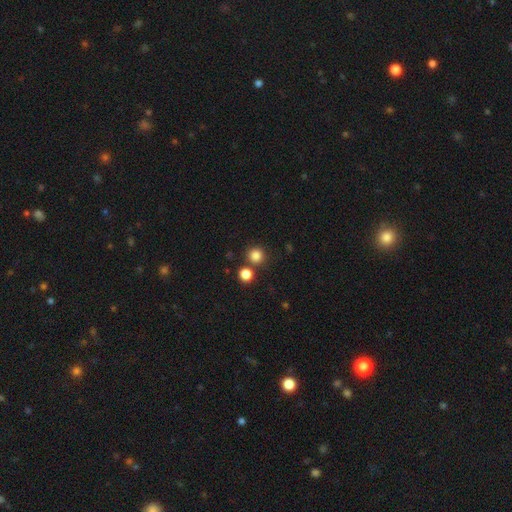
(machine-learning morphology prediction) A smooth galaxy with no disk features (83%) that is round (93%). Merging: none (79%).